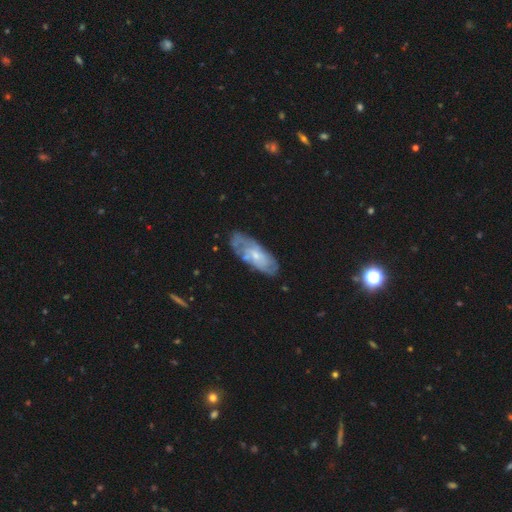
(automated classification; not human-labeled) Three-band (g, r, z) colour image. It shows a featured or disk galaxy (63%) with no bar (73%), spiral arms (72%) and a small central bulge (63%). Merging: none (68%).